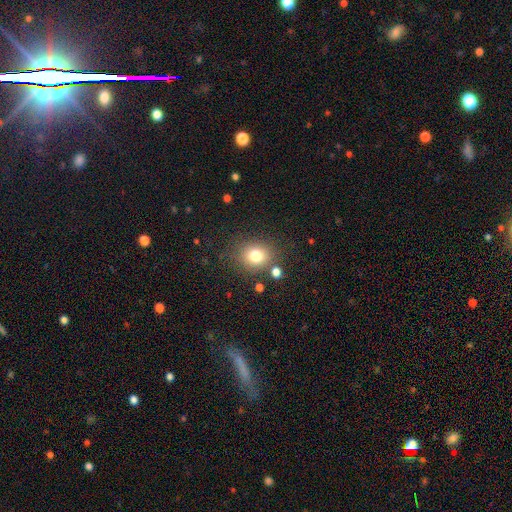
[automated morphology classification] The model was most divided on "how rounded": round: 70%, in between: 29%, cigar-shaped: 1%. More confident: smooth or featured — smooth (78%); merging — none (78%).